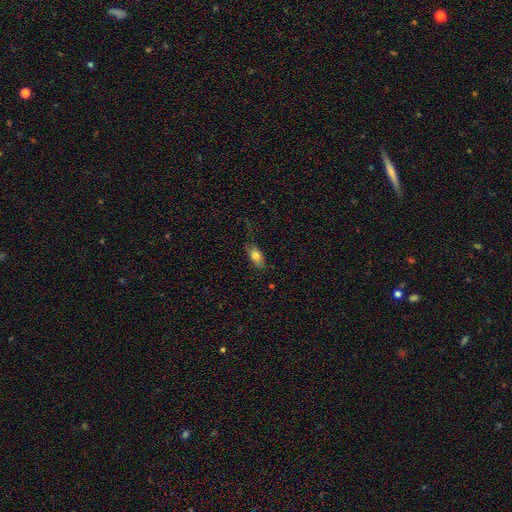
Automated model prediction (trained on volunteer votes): smooth_or_featured: smooth (p=0.78) [alt: featured or disk p=0.14]
how_rounded: in between (p=0.87) [alt: cigar-shaped p=0.09]
merging: none (p=0.69) [alt: minor disturbance p=0.22]